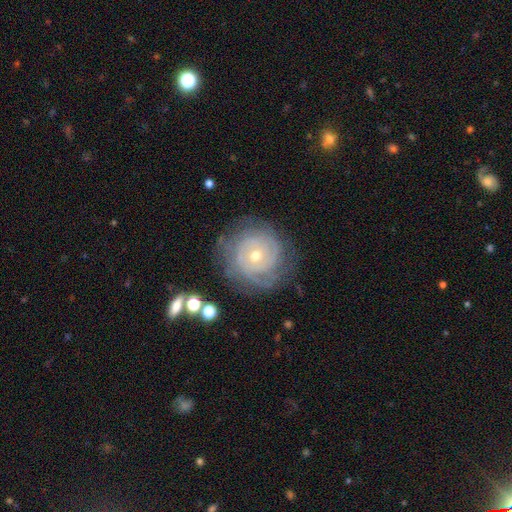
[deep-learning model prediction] Overall: featured or disk (80%). Edge-on disk: no (97%). Bar: no (83%). Spiral arms: yes (91%). Spiral arm count: can't tell (41%; 3 18%). Spiral winding: tight (82%). Bulge size: small (56%; moderate 41%). Merging: none (76%).